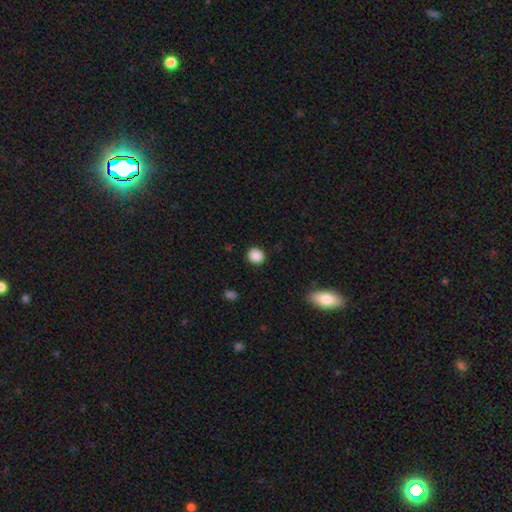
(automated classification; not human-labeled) A smooth galaxy with no disk features (88%) that is round (83%). Merging: none (89%).